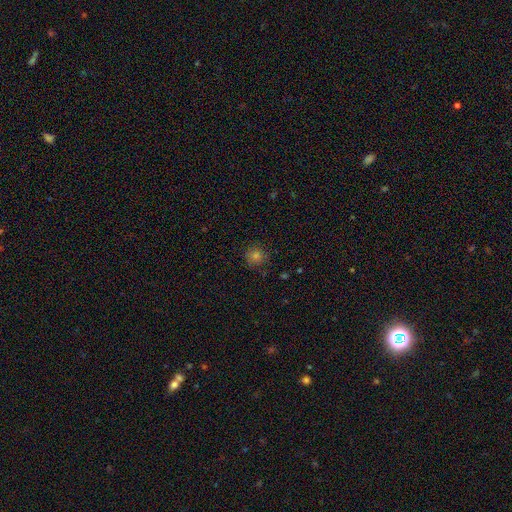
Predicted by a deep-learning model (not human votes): Smooth or featured?
  - smooth: 70% *
  - star or artifact: 21%
  - featured or disk: 9%
How rounded?
  - round: 93% *
  - in between: 6%
  - cigar-shaped: 1%
Merging?
  - none: 86% *
  - minor disturbance: 10%
  - major disturbance: 3%
  - merger: 1%